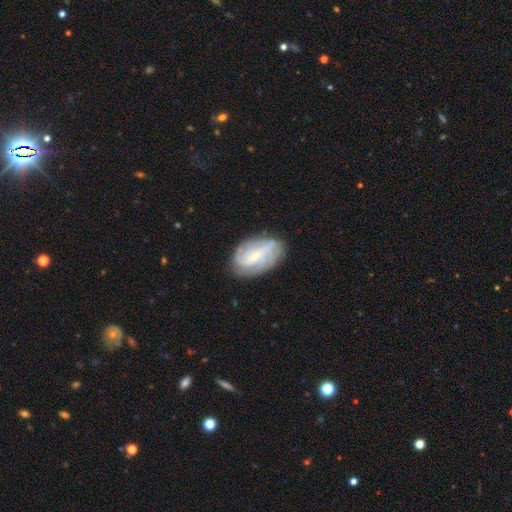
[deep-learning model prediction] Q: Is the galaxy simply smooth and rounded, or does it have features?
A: featured or disk — 79%.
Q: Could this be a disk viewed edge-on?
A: no — 96%.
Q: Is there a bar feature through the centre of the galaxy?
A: weak — 48%.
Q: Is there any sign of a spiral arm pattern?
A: yes — 94%.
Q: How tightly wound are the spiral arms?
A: tight — 41%.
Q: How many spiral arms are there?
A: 2 — 30%.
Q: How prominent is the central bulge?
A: small — 71%.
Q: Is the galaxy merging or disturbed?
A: none — 77%.